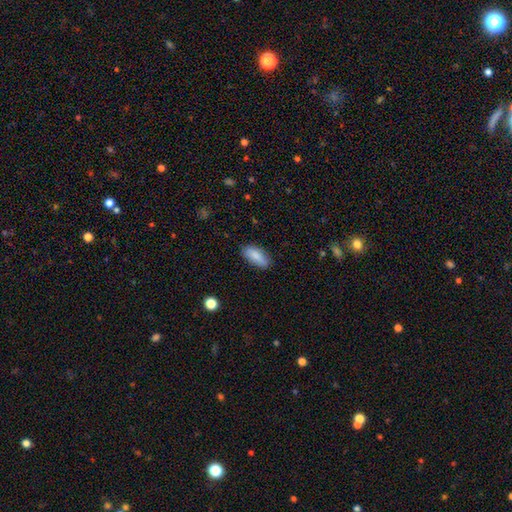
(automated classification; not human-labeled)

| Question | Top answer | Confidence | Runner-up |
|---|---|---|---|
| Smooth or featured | smooth | 84% | featured or disk (9%) |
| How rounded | in between | 81% | cigar-shaped (17%) |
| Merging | none | 82% | minor disturbance (14%) |